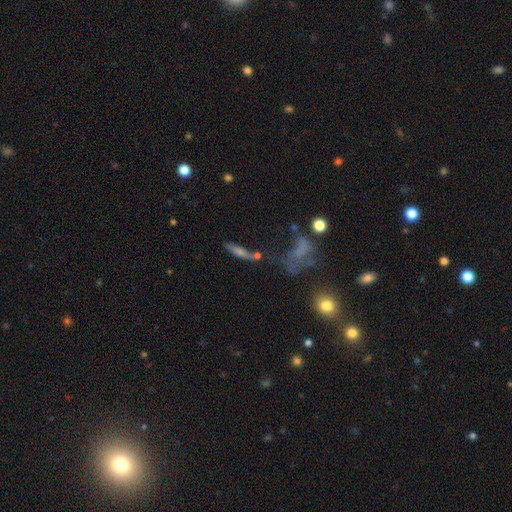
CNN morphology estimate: Smooth or featured? Predicted: smooth (p=0.38, tied with featured or disk). Merging? Predicted: none (p=0.42).